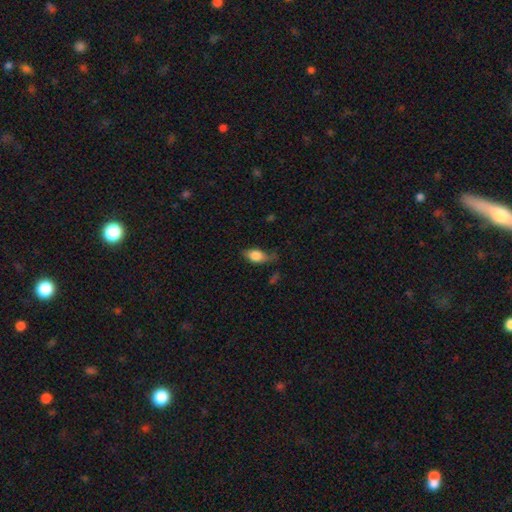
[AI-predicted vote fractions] Smooth or featured?
  - smooth: 74% *
  - featured or disk: 18%
  - star or artifact: 7%
How rounded?
  - in between: 82% *
  - round: 10%
  - cigar-shaped: 8%
Merging?
  - none: 49% *
  - minor disturbance: 34%
  - major disturbance: 14%
  - merger: 3%